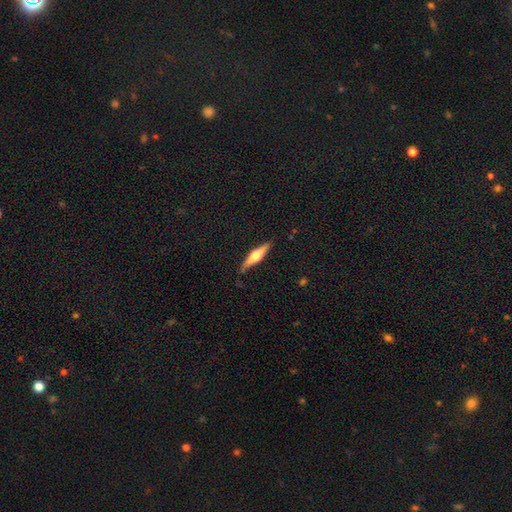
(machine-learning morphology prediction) Q: Smooth or featured?
A: featured or disk (65%); runner-up: smooth (30%)
Q: Edge-on disk?
A: yes (96%); runner-up: no (4%)
Q: Edge-on bulge?
A: rounded (93%); runner-up: boxy (5%)
Q: Merging?
A: none (85%); runner-up: minor disturbance (11%)